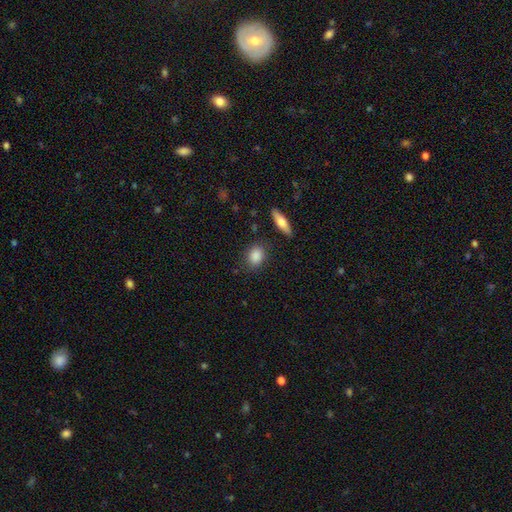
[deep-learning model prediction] Smooth or featured: smooth — 87% (star or artifact — 7%)
How rounded: in between — 64% (round — 33%)
Merging: none — 82% (minor disturbance — 12%)